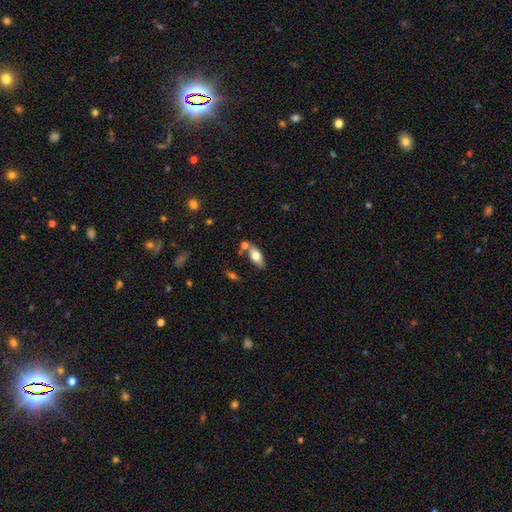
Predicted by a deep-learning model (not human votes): Morphology: type=smooth (67%); roundness=in between (82%); merging=none (67%).